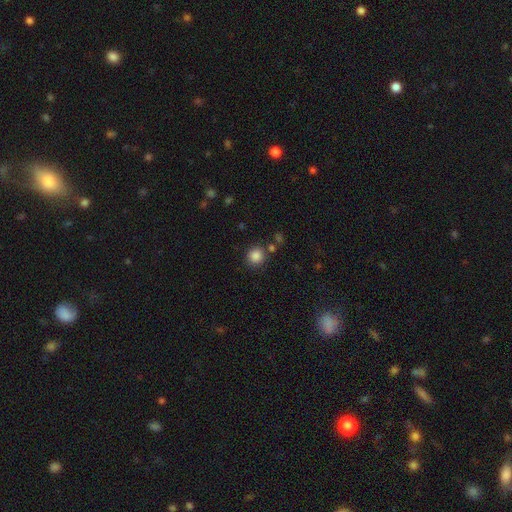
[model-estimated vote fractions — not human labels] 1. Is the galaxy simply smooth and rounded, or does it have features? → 85% smooth, 11% star or artifact, 4% featured or disk.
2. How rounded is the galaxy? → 90% round, 9% in between, 1% cigar-shaped.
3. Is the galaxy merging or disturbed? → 82% none, 9% minor disturbance, 6% merger, 3% major disturbance.